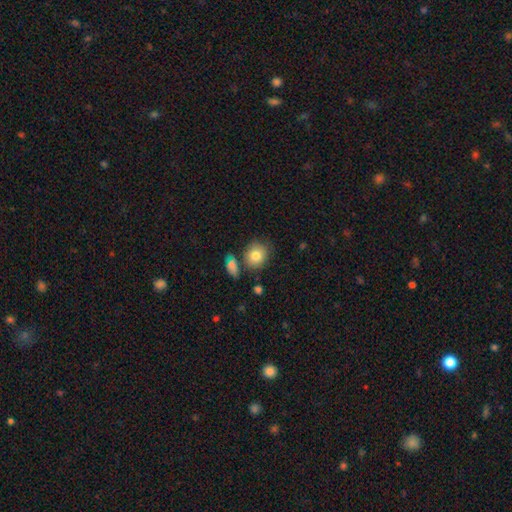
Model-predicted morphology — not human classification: smooth 82%, featured or disk 10%, star or artifact 8%. Down the decision tree: how rounded — round (72%); merging — none (71%).